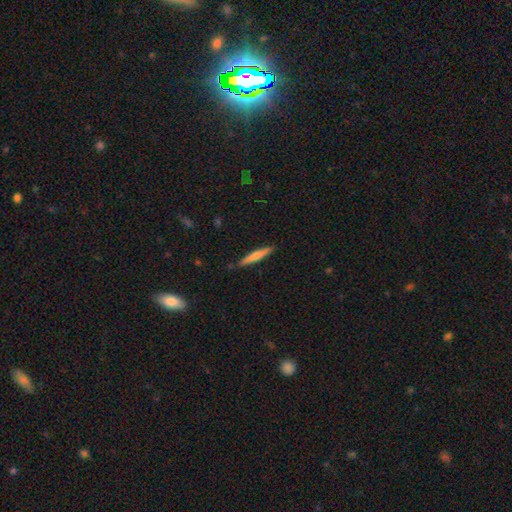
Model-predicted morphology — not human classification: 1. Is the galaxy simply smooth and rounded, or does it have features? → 64% smooth, 30% featured or disk, 5% star or artifact.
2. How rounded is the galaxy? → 94% cigar-shaped, 5% in between, 1% round.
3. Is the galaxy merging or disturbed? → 88% none, 9% minor disturbance, 2% major disturbance, 1% merger.